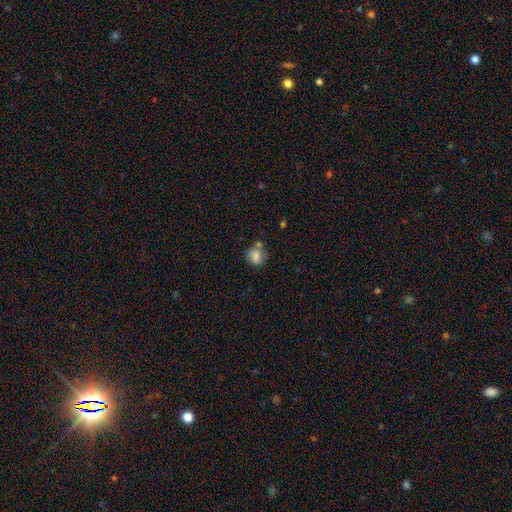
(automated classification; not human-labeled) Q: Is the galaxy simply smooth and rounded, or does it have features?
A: smooth — 81%.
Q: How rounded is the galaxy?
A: round — 78%.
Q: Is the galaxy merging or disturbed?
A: none — 60%.